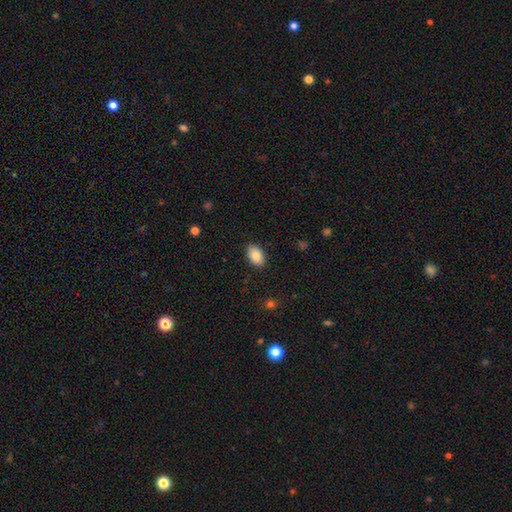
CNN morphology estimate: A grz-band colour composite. It shows a smooth galaxy with no disk features (84%) that is in between round and cigar-shaped (91%). Merging: none (88%).